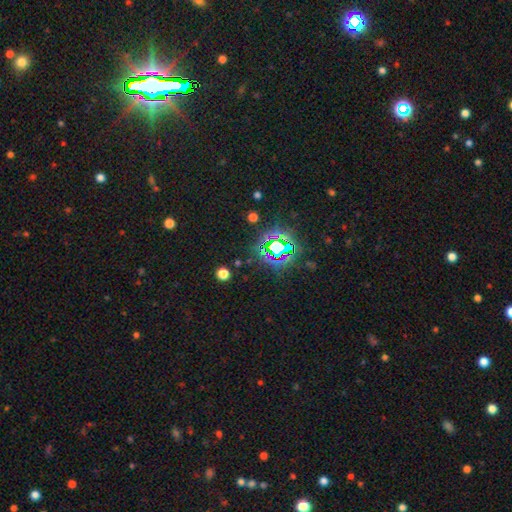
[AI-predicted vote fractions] This is clearly a star or artifact rather than a galaxy (84%).